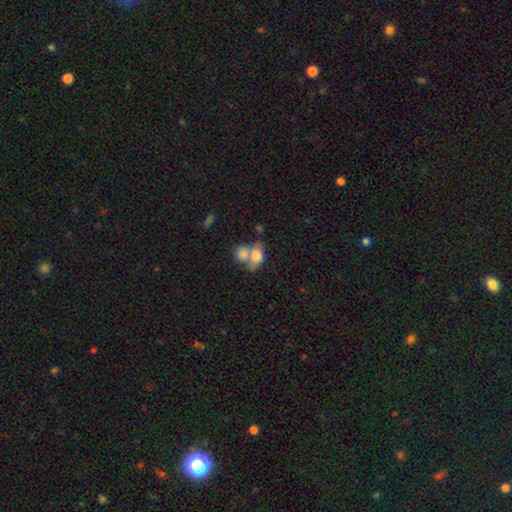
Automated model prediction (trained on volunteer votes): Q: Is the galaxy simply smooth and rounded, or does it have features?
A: smooth — 76%.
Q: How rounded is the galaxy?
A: in between — 66%.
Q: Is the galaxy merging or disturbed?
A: merger — 66%.